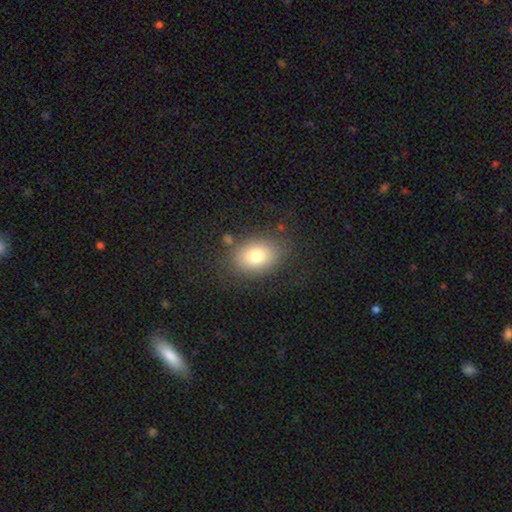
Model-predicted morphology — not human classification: Smooth or featured: smooth — 77% (featured or disk — 12%)
How rounded: in between — 67% (round — 32%)
Merging: none — 78% (minor disturbance — 13%)